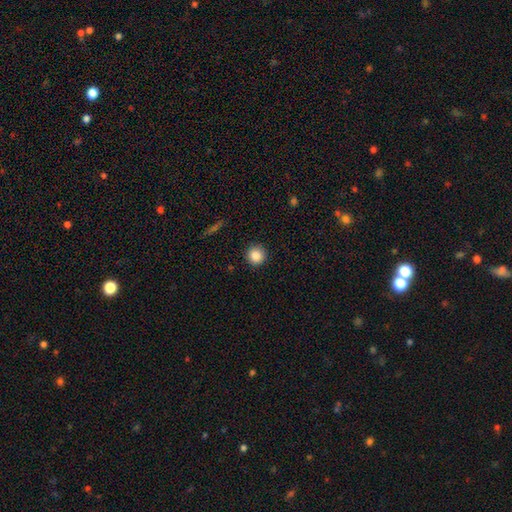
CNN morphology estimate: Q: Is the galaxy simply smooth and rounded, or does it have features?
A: smooth — 87%.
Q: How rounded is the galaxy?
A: round — 94%.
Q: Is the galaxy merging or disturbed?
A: none — 91%.